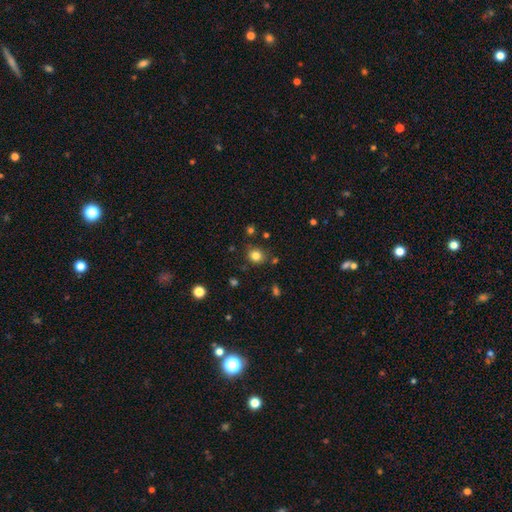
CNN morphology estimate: type=smooth (82%); roundness=round (75%); merging=none (81%).